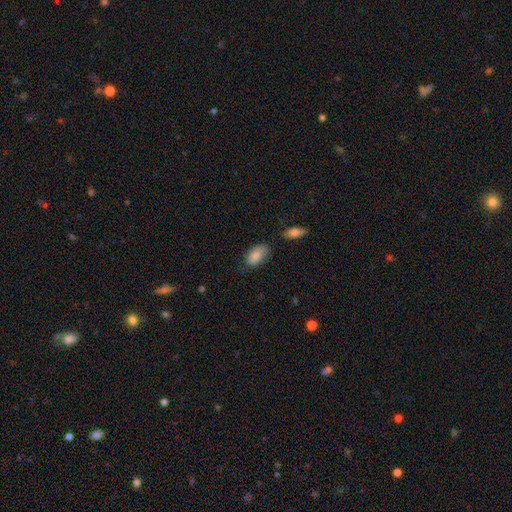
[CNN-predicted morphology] A smooth galaxy with no disk features (86%) that is in between round and cigar-shaped (93%).

Vote fractions:
- Smooth or featured? smooth: 86% / featured or disk: 8% / star or artifact: 6%
- How rounded? in between: 93% / round: 4% / cigar-shaped: 3%
- Merging? none: 68% / minor disturbance: 23% / major disturbance: 5% / merger: 4%